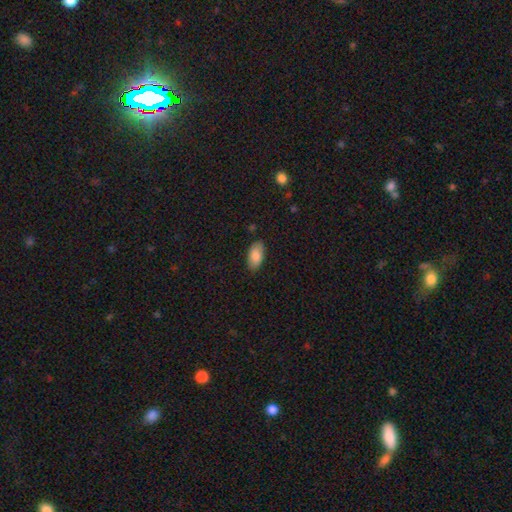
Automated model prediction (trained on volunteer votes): Q: Smooth or featured?
A: smooth (86%); runner-up: featured or disk (8%)
Q: How rounded?
A: in between (94%); runner-up: cigar-shaped (4%)
Q: Merging?
A: none (84%); runner-up: minor disturbance (12%)